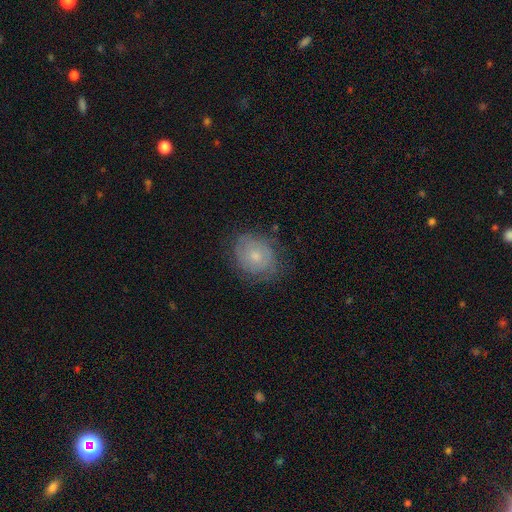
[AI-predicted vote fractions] This appears to be a featured or disk galaxy (53%) with no bar (83%), spiral arms (73%) and a small central bulge (55%). Merging: none (72%).